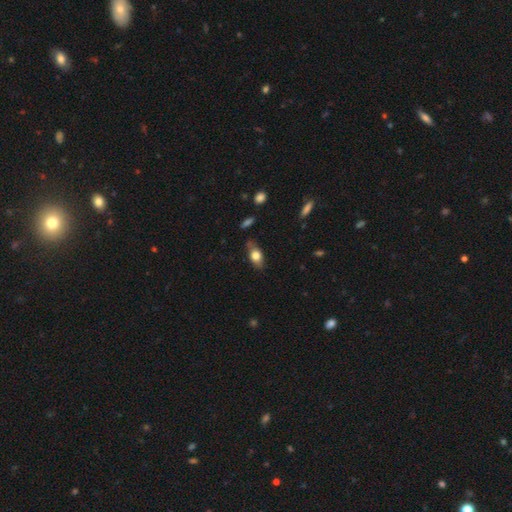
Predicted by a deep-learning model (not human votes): Smooth or featured? Predicted: smooth (p=0.71). How rounded? Predicted: in between (p=0.82). Merging? Predicted: none (p=0.74).